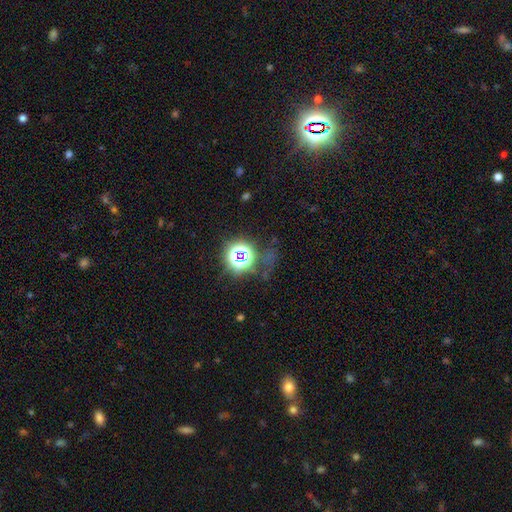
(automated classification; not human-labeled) Smooth or featured? star or artifact (77%)